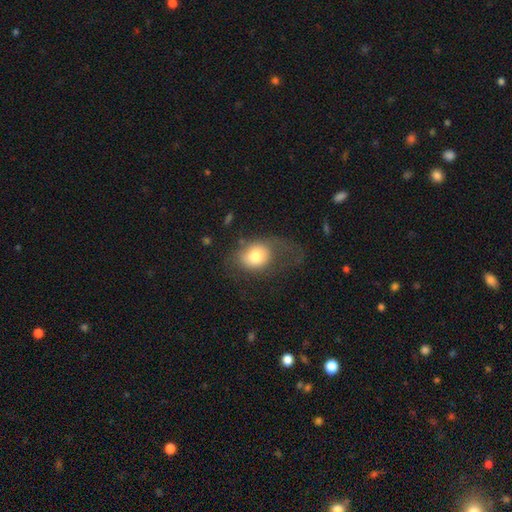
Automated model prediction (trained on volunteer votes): The model was most divided on "how rounded": in between: 52%, round: 47%, cigar-shaped: 1%. Remaining: smooth or featured — smooth (72%); merging — major disturbance (40%).